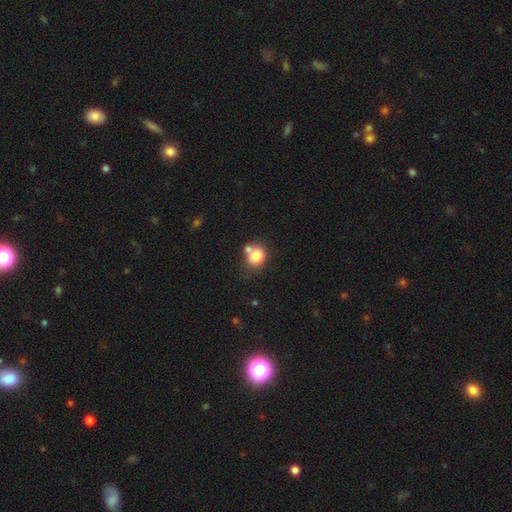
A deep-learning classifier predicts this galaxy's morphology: A smooth galaxy with no disk features (78%) that is round (67%). Merging: none (44%).